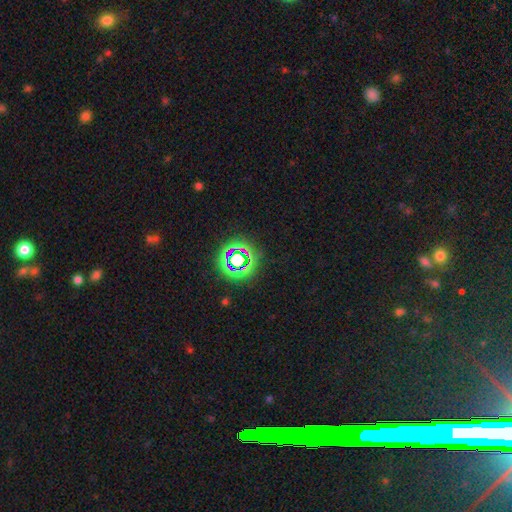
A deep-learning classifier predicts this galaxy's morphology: Smooth or featured? Predicted: star or artifact (p=0.74).